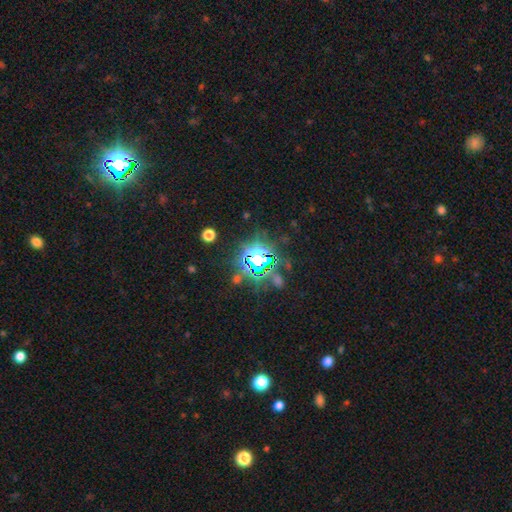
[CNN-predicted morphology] star or artifact 70%, smooth 19%, featured or disk 11%.